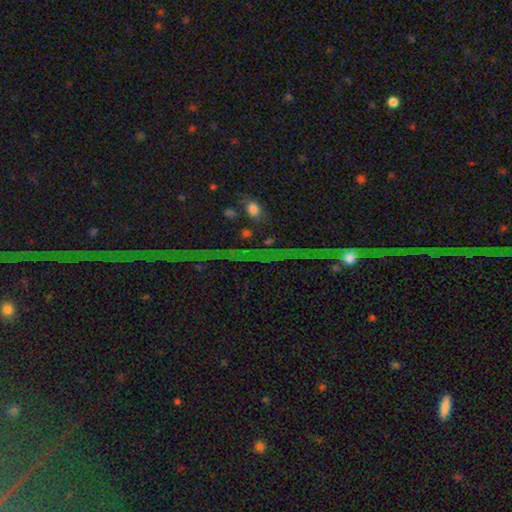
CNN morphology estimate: The model was most divided on "smooth or featured": star or artifact: 82%, featured or disk: 10%, smooth: 8%.